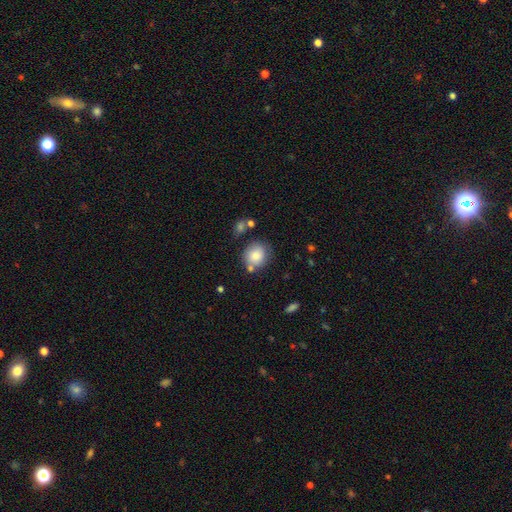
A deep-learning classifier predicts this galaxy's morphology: Overall: smooth (81%). How rounded: round (83%). Merging: none (66%).